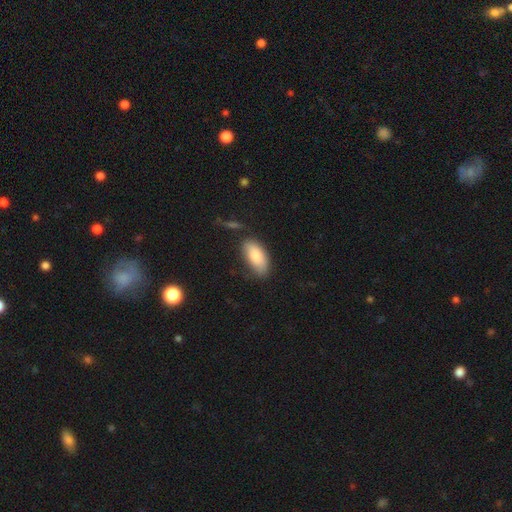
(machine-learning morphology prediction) Smooth or featured: smooth — 81% (featured or disk — 12%)
How rounded: in between — 91% (cigar-shaped — 7%)
Merging: none — 70% (minor disturbance — 21%)